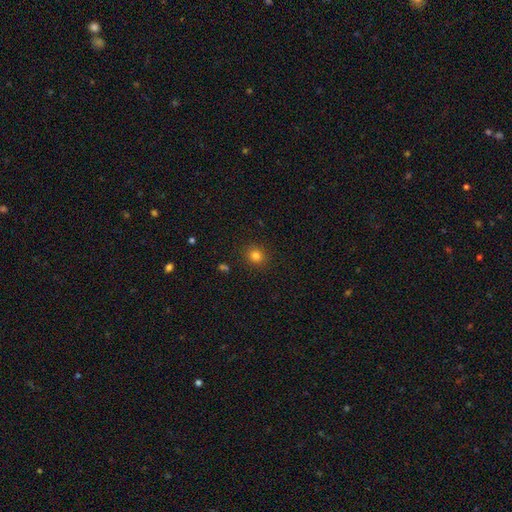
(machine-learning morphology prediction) Smooth or featured?
  - smooth: 81% *
  - star or artifact: 14%
  - featured or disk: 6%
How rounded?
  - round: 85% *
  - in between: 15%
  - cigar-shaped: 1%
Merging?
  - none: 90% *
  - minor disturbance: 7%
  - major disturbance: 2%
  - merger: 1%